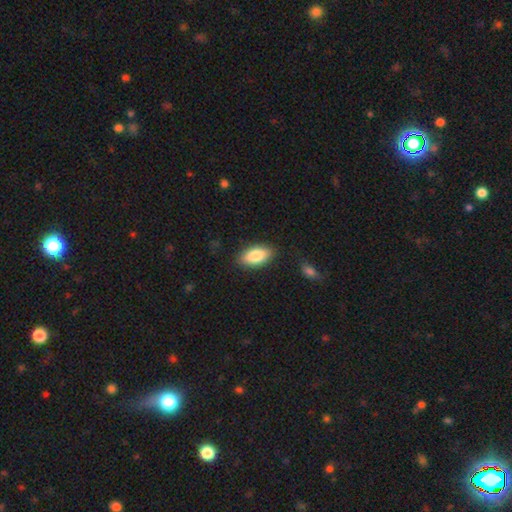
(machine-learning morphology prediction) A smooth galaxy with no disk features (85%) that is in between round and cigar-shaped (91%).

Vote fractions:
- Smooth or featured? smooth: 85% / featured or disk: 8% / star or artifact: 6%
- How rounded? in between: 91% / cigar-shaped: 6% / round: 3%
- Merging? none: 86% / minor disturbance: 10% / major disturbance: 3% / merger: 2%